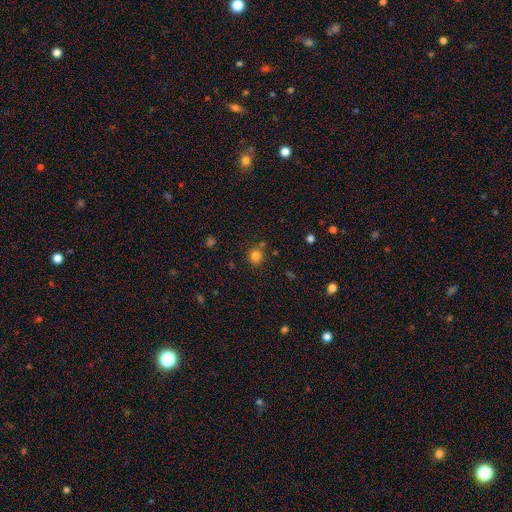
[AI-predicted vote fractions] Smooth or featured: smooth — 82% (star or artifact — 14%)
How rounded: round — 90% (in between — 9%)
Merging: none — 78% (minor disturbance — 10%)